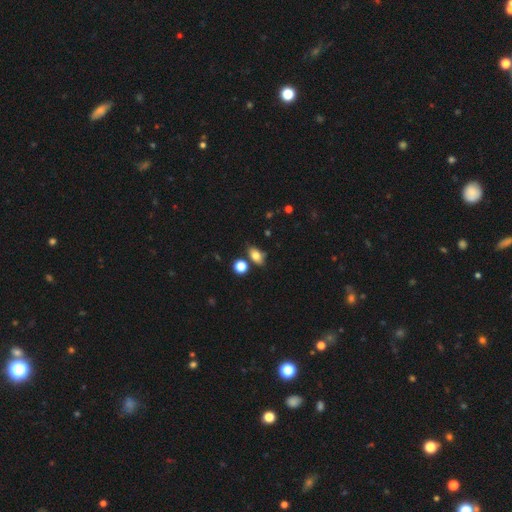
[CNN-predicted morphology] type=smooth (77%); roundness=in between (79%); merging=none (73%).